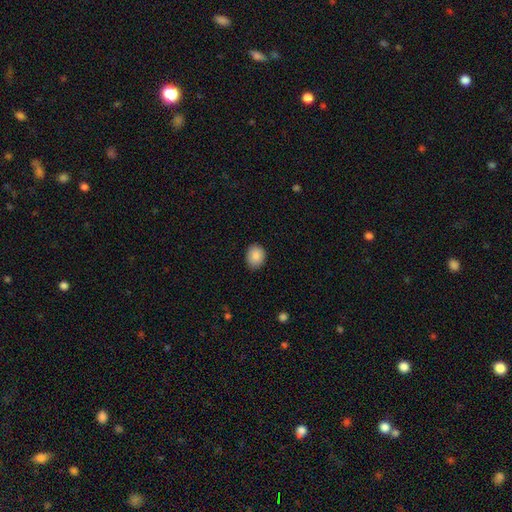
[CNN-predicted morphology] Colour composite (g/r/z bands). It shows a smooth galaxy with no disk features (88%) that is round (52%). Merging: none (87%).